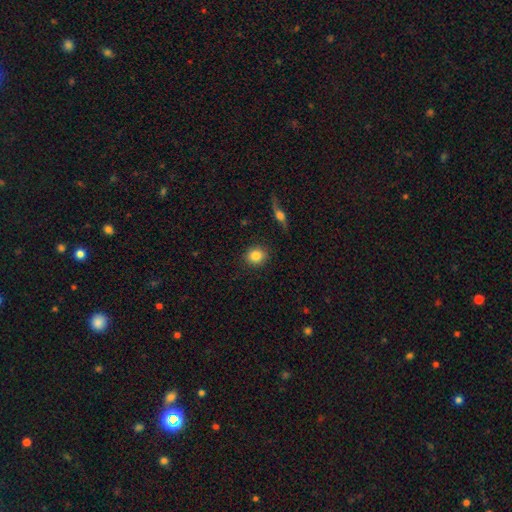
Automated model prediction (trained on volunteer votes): smooth_or_featured: smooth (p=0.85) [alt: star or artifact p=0.08]
how_rounded: round (p=0.82) [alt: in between p=0.16]
merging: none (p=0.90) [alt: minor disturbance p=0.06]